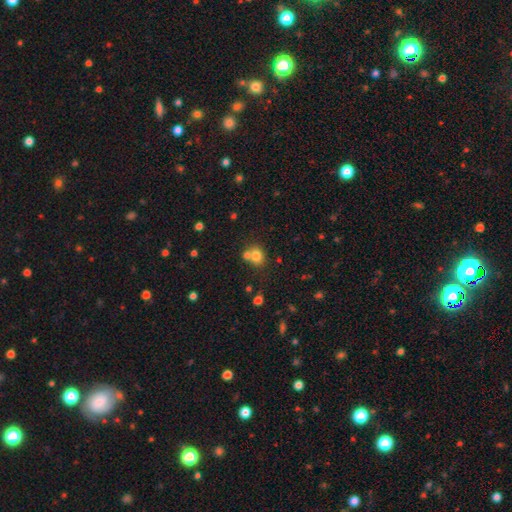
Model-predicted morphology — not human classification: type=smooth (76%); roundness=round (69%); merging=none (46%).